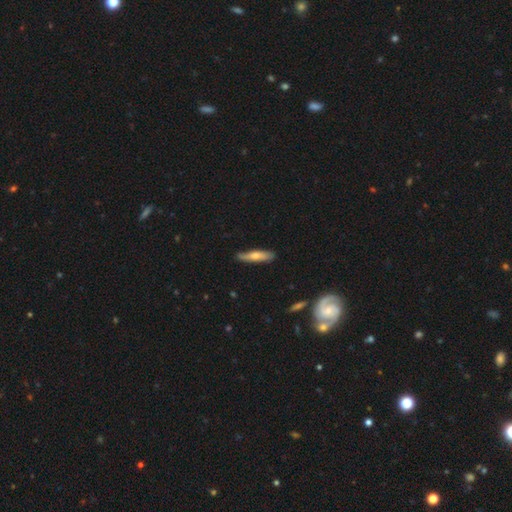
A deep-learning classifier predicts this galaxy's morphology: Q: Smooth or featured?
A: smooth (57%); runner-up: featured or disk (37%)
Q: How rounded?
A: cigar-shaped (80%); runner-up: in between (18%)
Q: Merging?
A: none (78%); runner-up: minor disturbance (18%)